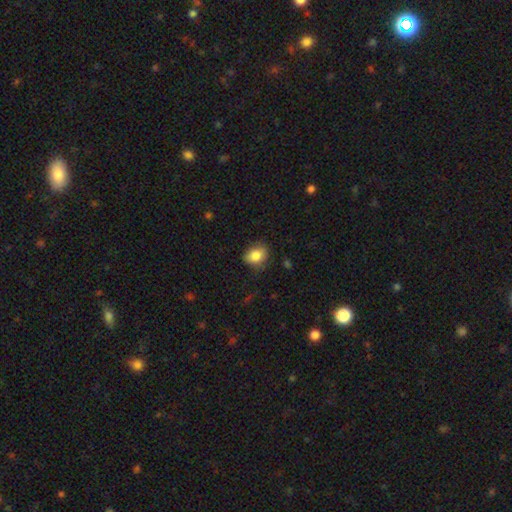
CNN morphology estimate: A smooth galaxy with no disk features (84%) that is in between round and cigar-shaped (64%). Merging: none (74%).